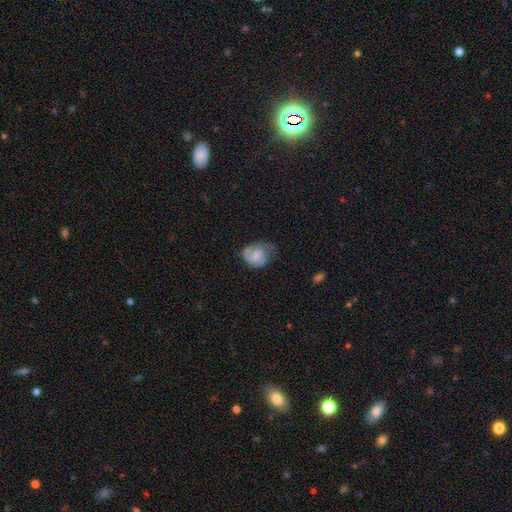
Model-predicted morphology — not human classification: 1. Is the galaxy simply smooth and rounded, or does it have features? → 58% featured or disk, 35% smooth, 7% star or artifact.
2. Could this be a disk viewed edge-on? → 98% no, 2% yes.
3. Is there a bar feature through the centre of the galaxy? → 62% no, 33% weak, 5% strong.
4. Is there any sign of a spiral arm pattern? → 86% yes, 14% no.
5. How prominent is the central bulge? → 44% small, 29% moderate, 22% none, 4% large, 1% dominant.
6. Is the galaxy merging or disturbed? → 44% none, 32% minor disturbance, 23% major disturbance, 2% merger.